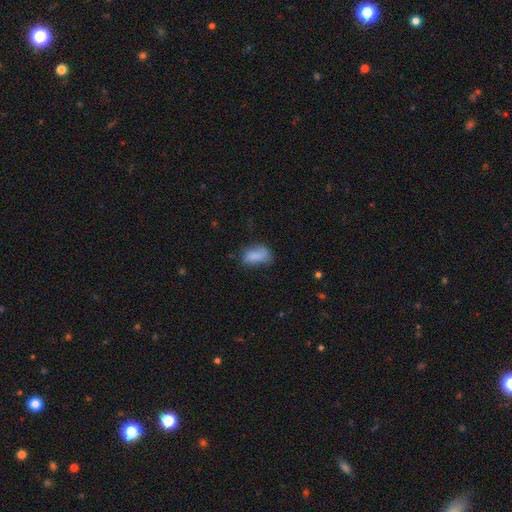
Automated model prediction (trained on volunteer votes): smooth-or-featured: smooth: 76% | featured or disk: 14% | star or artifact: 9%
  how-rounded: in between: 89% | round: 7% | cigar-shaped: 4%
  merging: none: 46% | minor disturbance: 33% | major disturbance: 17% | merger: 4%